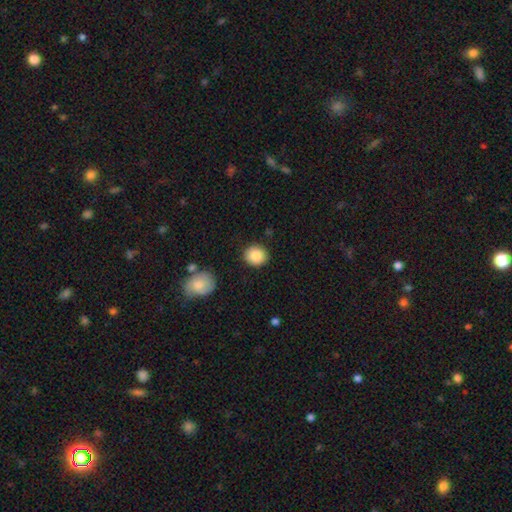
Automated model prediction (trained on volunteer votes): Smooth or featured? smooth (87%)
How rounded? round (83%)
Merging? none (88%)